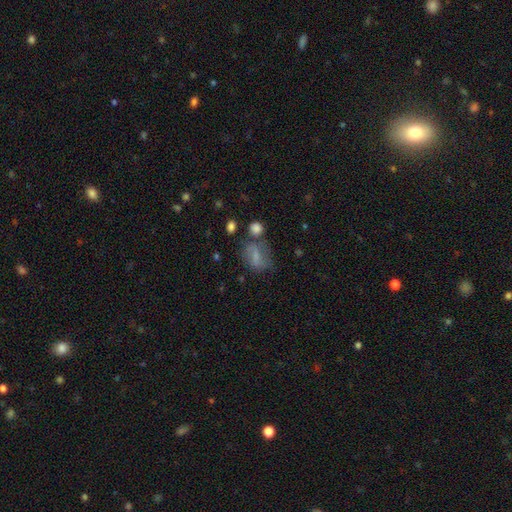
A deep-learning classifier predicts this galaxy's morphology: smooth-or-featured: smooth: 56% | featured or disk: 32% | star or artifact: 12%
  how-rounded: in between: 64% | round: 33% | cigar-shaped: 3%
  merging: none: 50% | minor disturbance: 24% | major disturbance: 15% | merger: 12%